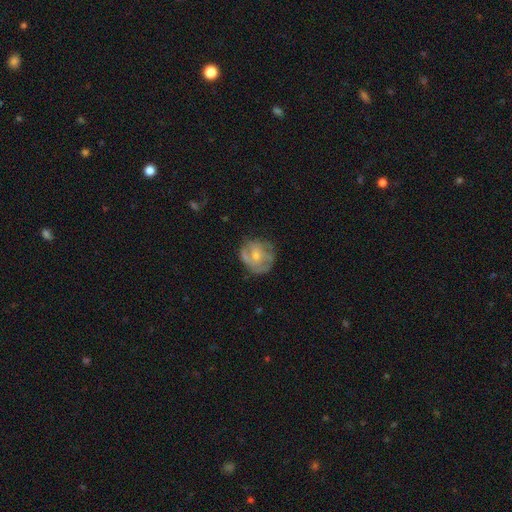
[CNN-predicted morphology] This appears to be a featured or disk galaxy (55%) with no bar (71%), spiral arms (50%, tied with no) and a small central bulge (49%). Merging: none (59%).